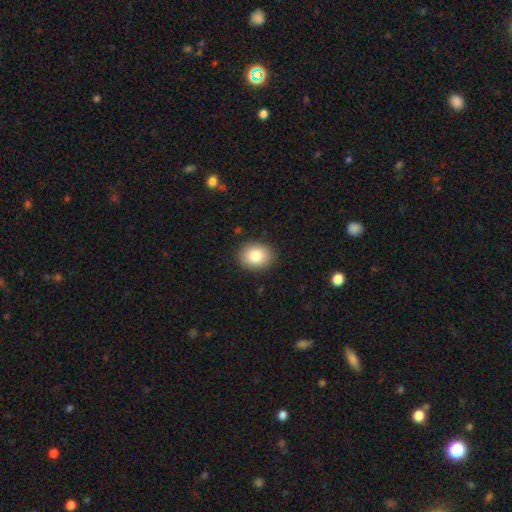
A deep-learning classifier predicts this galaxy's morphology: smooth 85%, star or artifact 8%, featured or disk 7%. Down the decision tree: how rounded — in between (53%); merging — none (89%).